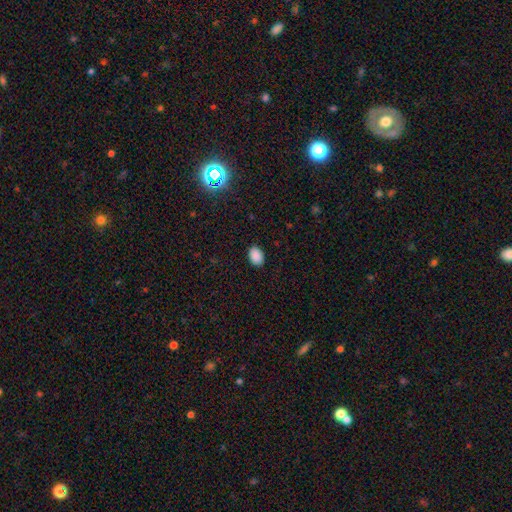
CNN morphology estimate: smooth-or-featured: smooth: 88% | star or artifact: 9% | featured or disk: 3%
  how-rounded: in between: 82% | round: 17% | cigar-shaped: 1%
  merging: none: 89% | minor disturbance: 8% | major disturbance: 2% | merger: 1%